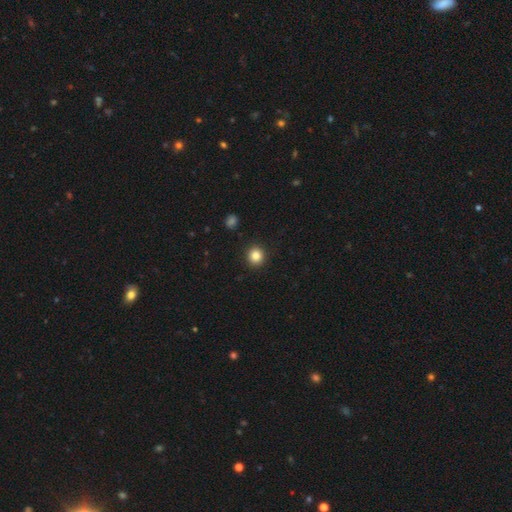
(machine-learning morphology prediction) Smooth or featured?
  - smooth: 84% *
  - star or artifact: 11%
  - featured or disk: 5%
How rounded?
  - round: 91% *
  - in between: 8%
  - cigar-shaped: 1%
Merging?
  - none: 92% *
  - minor disturbance: 5%
  - major disturbance: 2%
  - merger: 1%